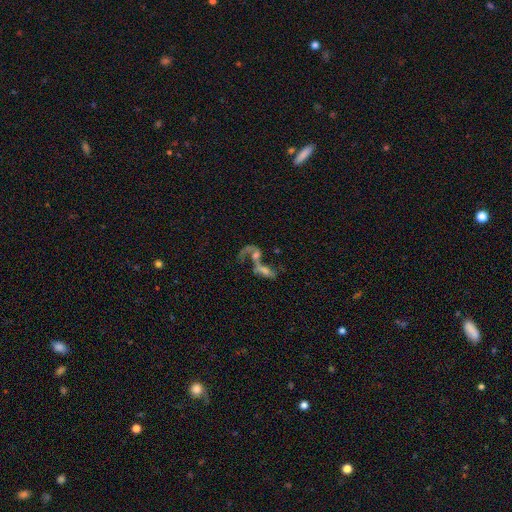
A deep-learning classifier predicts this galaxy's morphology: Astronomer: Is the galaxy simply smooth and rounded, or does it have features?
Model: featured or disk — 63%.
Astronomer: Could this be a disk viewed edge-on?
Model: no — 92%.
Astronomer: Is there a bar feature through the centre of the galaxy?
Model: no — 66%.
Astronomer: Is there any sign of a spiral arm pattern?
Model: yes — 64%.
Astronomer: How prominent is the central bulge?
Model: moderate — 31% (runner-up: small, 28%).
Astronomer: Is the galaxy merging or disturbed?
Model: merger — 65%.